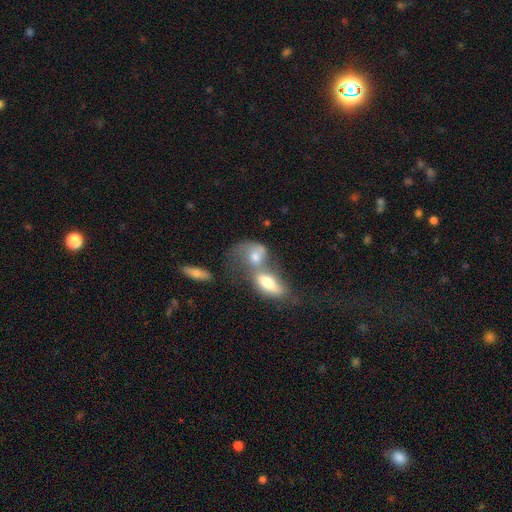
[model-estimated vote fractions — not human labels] Q: Smooth or featured?
A: smooth (61%); runner-up: featured or disk (30%)
Q: How rounded?
A: in between (73%); runner-up: round (21%)
Q: Merging?
A: merger (72%); runner-up: none (12%)